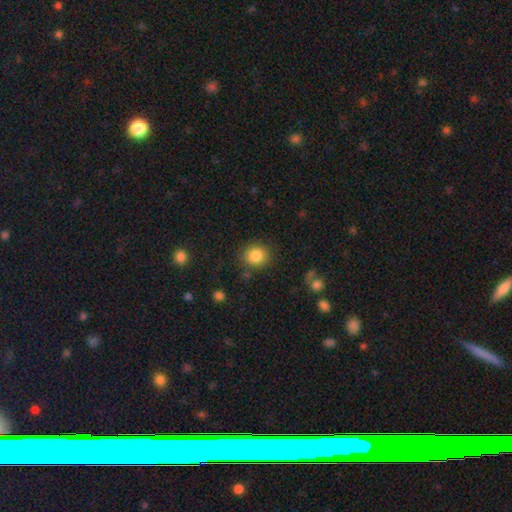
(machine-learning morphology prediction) Smooth or featured?
  - smooth: 85% *
  - star or artifact: 10%
  - featured or disk: 5%
How rounded?
  - round: 80% *
  - in between: 19%
  - cigar-shaped: 1%
Merging?
  - none: 84% *
  - minor disturbance: 9%
  - major disturbance: 3%
  - merger: 3%